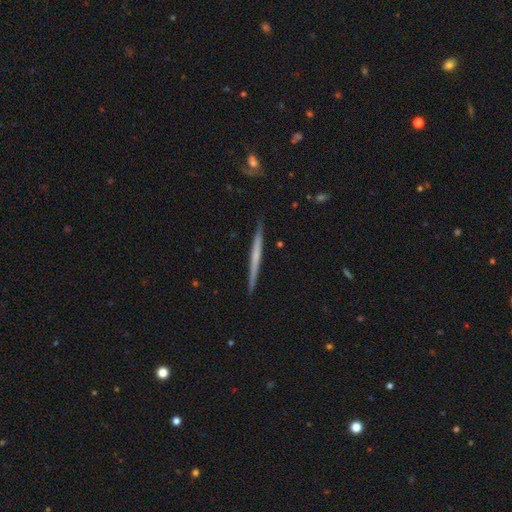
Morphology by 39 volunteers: featured or disk 62%, smooth 28%, star or artifact 10%. Down the decision tree: edge-on disk — yes (100%); edge-on bulge — none (92%); merging — none (100%).